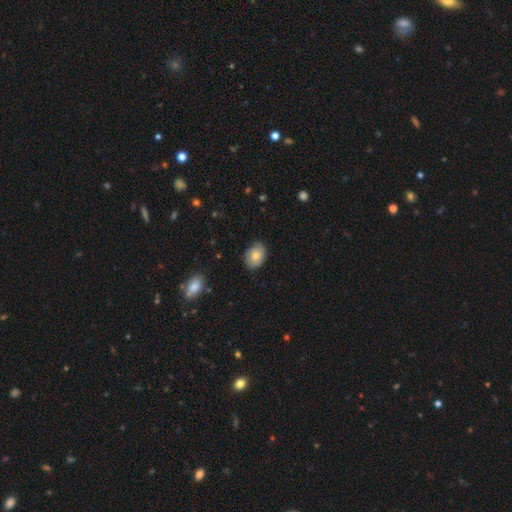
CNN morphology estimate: This is likely a smooth galaxy (75%). How rounded: likely in between (74%). Merging: likely none (79%).